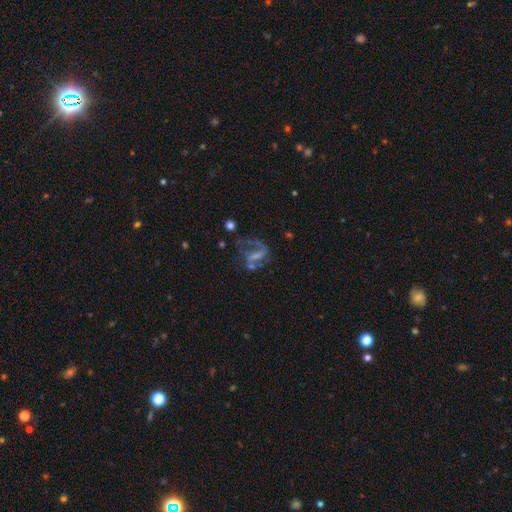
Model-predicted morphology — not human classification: smooth-or-featured: featured or disk: 71% | star or artifact: 15% | smooth: 13%
  disk-edge-on: no: 95% | yes: 5%
    bar: weak: 38% | strong: 37% | no: 25%
    has-spiral-arms: yes: 79% | no: 21%
      spiral-winding: loose: 49% | medium: 38% | tight: 13%
      spiral-arm-count: 2: 66% | 1: 22% | can't tell: 8% | 3: 2% | 4: 1% | more than 4: 1%
    bulge-size: none: 43% | small: 37% | moderate: 16% | large: 3% | dominant: 2%
  merging: none: 43% | major disturbance: 31% | minor disturbance: 16% | merger: 10%